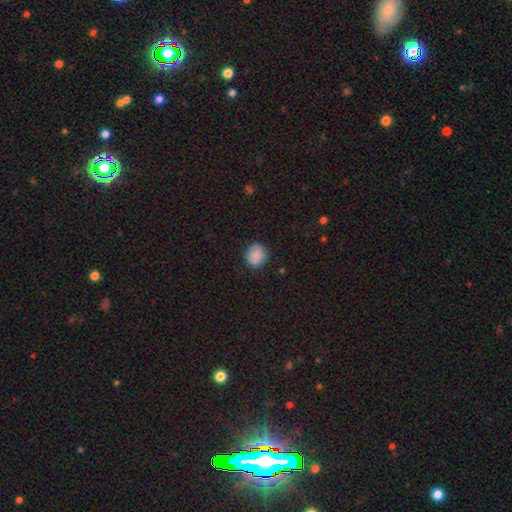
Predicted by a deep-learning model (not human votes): Morphology: type=smooth (87%); roundness=round (80%); merging=none (84%).